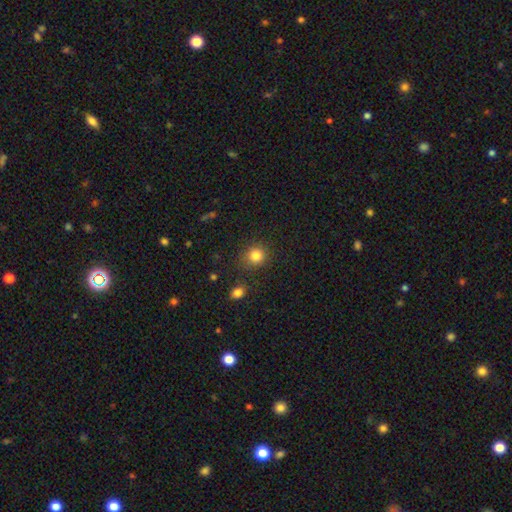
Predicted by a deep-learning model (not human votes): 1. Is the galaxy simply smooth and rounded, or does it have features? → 84% smooth, 11% star or artifact, 5% featured or disk.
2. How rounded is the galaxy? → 84% round, 15% in between, 1% cigar-shaped.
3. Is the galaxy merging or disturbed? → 83% none, 10% minor disturbance, 3% major disturbance, 3% merger.